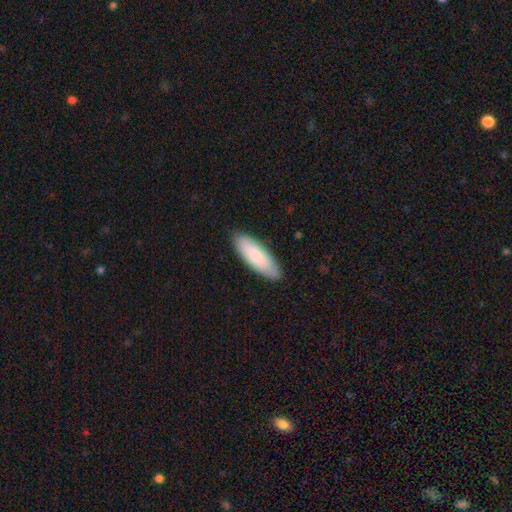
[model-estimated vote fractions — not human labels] Smooth or featured? smooth (81%)
How rounded? in between (64%)
Merging? none (87%)